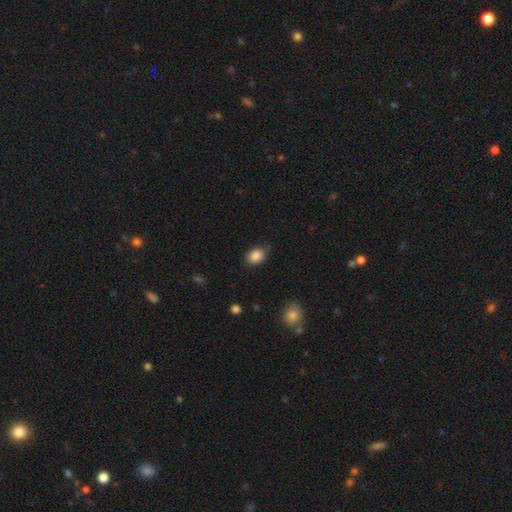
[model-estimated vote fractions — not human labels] Q: Smooth or featured?
A: smooth (87%); runner-up: star or artifact (8%)
Q: How rounded?
A: in between (72%); runner-up: round (27%)
Q: Merging?
A: none (80%); runner-up: minor disturbance (16%)